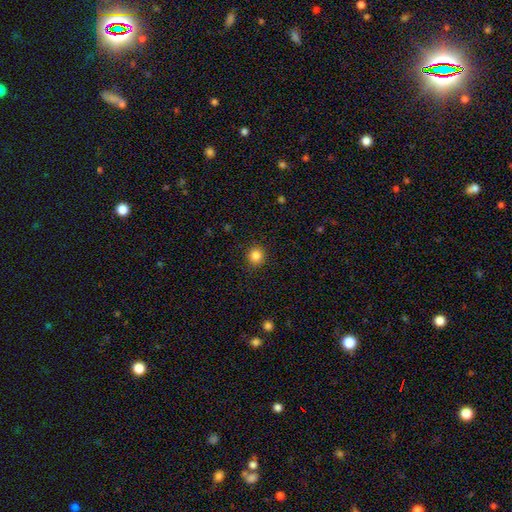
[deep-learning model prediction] Q: Smooth or featured?
A: smooth (85%); runner-up: star or artifact (11%)
Q: How rounded?
A: round (90%); runner-up: in between (9%)
Q: Merging?
A: none (90%); runner-up: minor disturbance (7%)